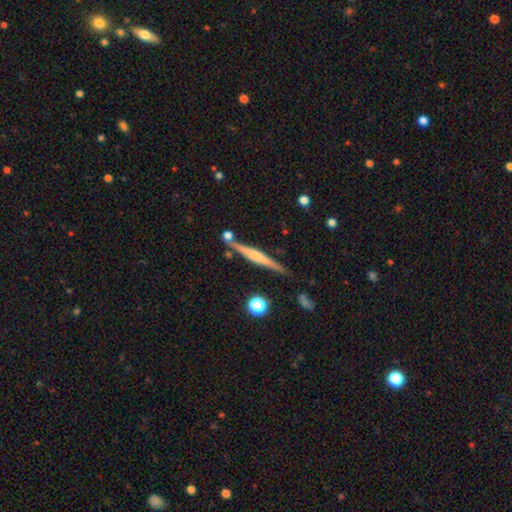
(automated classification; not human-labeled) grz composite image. It shows a featured or disk galaxy (67%) viewed edge-on (98%) with a rounded central bulge (64%). Merging: none (81%).